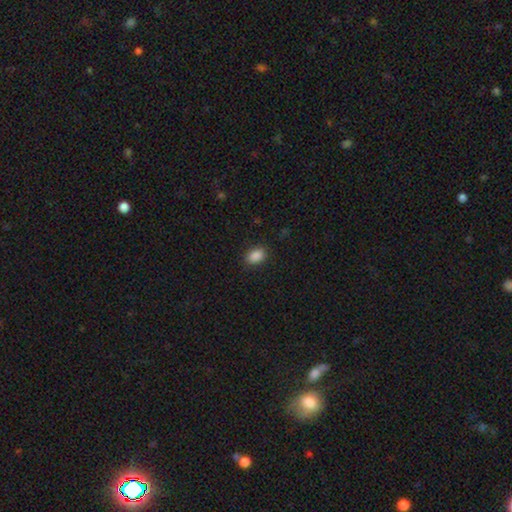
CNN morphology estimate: smooth-or-featured: smooth: 89% | star or artifact: 9% | featured or disk: 3%
  how-rounded: in between: 80% | round: 19% | cigar-shaped: 1%
  merging: none: 87% | minor disturbance: 9% | major disturbance: 3% | merger: 1%